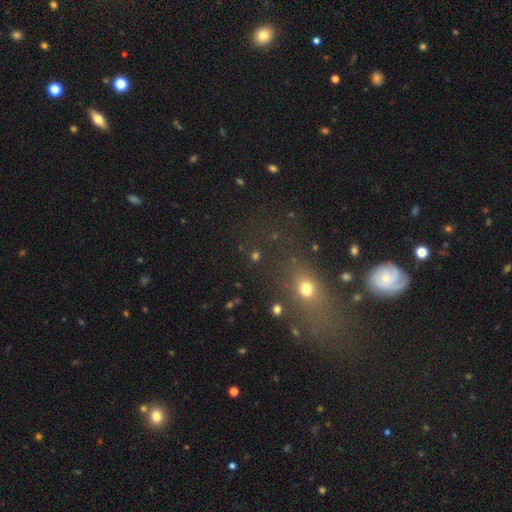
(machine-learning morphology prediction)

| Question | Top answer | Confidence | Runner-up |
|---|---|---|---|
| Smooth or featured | smooth | 51% | star or artifact (37%) |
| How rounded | round | 61% | in between (33%) |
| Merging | none | 68% | minor disturbance (12%) |